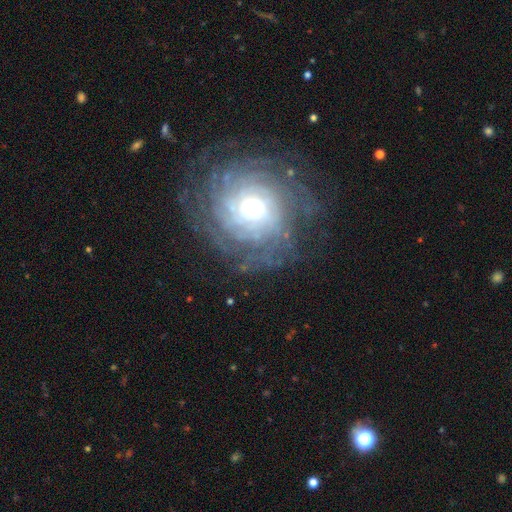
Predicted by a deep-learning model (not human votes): smooth_or_featured: featured or disk (p=0.72) [alt: smooth p=0.14]
disk_edge_on: no (p=0.97) [alt: yes p=0.03]
bar: no (p=0.70) [alt: weak p=0.23]
has_spiral_arms: yes (p=0.86) [alt: no p=0.14]
spiral_winding: tight (p=0.73) [alt: medium p=0.20]
spiral_arm_count: can't tell (p=0.45) [alt: more than 4 p=0.13]
bulge_size: moderate (p=0.58) [alt: large p=0.24]
merging: none (p=0.79) [alt: minor disturbance p=0.12]